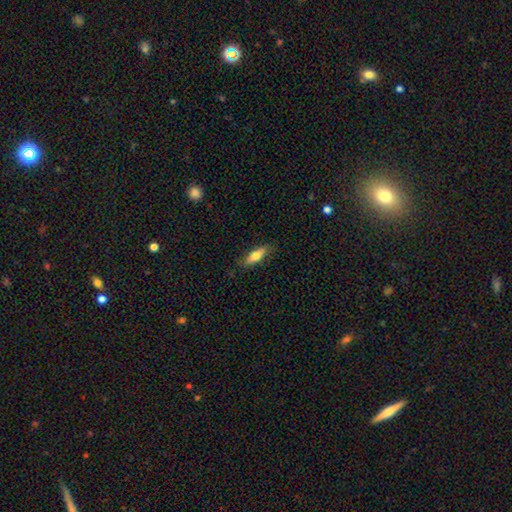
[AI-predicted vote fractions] smooth 69%, featured or disk 25%, star or artifact 6%. Down the decision tree: how rounded — in between (53%); merging — none (80%).